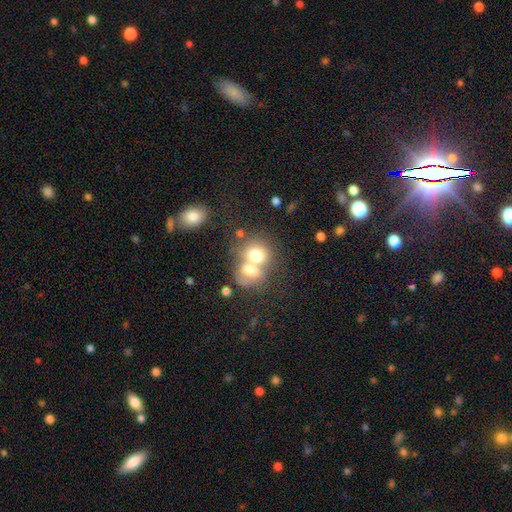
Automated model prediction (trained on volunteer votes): A smooth galaxy with no disk features (68%) that is round (59%).

Vote fractions:
- Smooth or featured? smooth: 68% / featured or disk: 22% / star or artifact: 10%
- How rounded? round: 59% / in between: 40% / cigar-shaped: 1%
- Merging? merger: 66% / none: 22% / minor disturbance: 7% / major disturbance: 5%